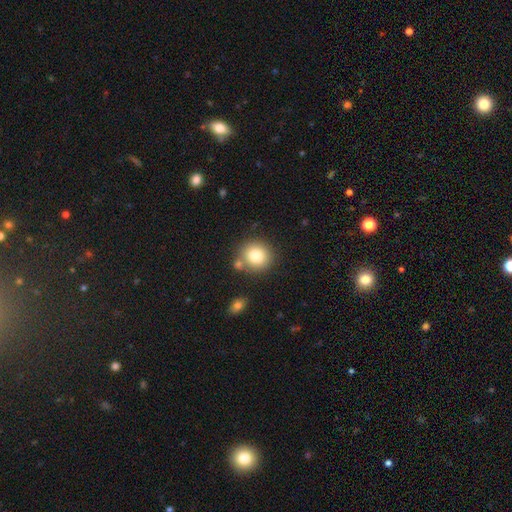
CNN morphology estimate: A smooth galaxy with no disk features (81%) that is round (87%). Merging: none (73%).